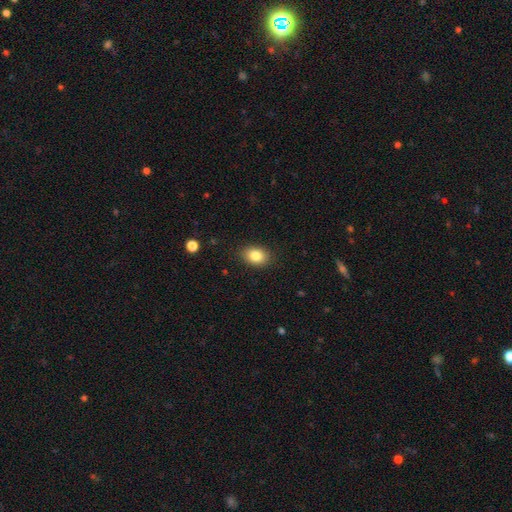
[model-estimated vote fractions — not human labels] This appears to be a smooth galaxy with no disk features (84%) that is in between round and cigar-shaped (75%). Merging: none (87%).